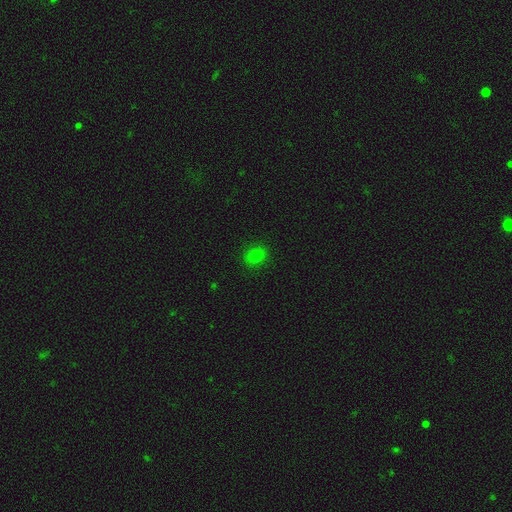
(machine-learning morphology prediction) Smooth or featured: smooth — 78% (star or artifact — 16%)
How rounded: round — 65% (in between — 34%)
Merging: none — 88% (minor disturbance — 9%)